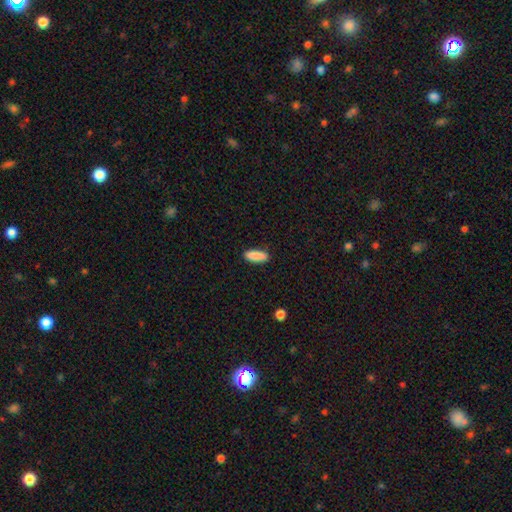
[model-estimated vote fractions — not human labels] This appears to be a smooth galaxy with no disk features (89%) that is in between round and cigar-shaped (60%). Merging: none (87%).